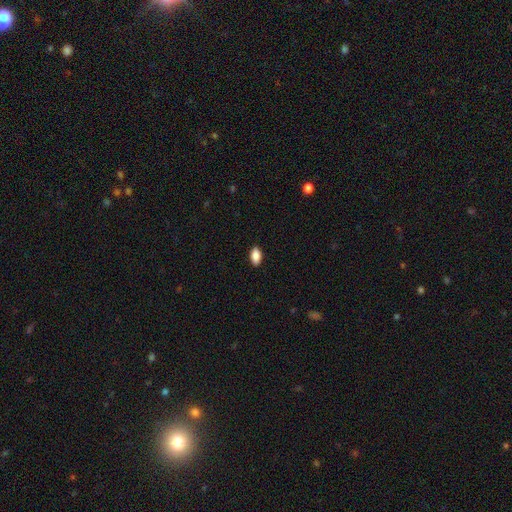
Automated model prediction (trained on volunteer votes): Smooth or featured?
  - smooth: 89% *
  - star or artifact: 7%
  - featured or disk: 4%
How rounded?
  - in between: 92% *
  - cigar-shaped: 4%
  - round: 4%
Merging?
  - none: 89% *
  - minor disturbance: 8%
  - major disturbance: 2%
  - merger: 1%